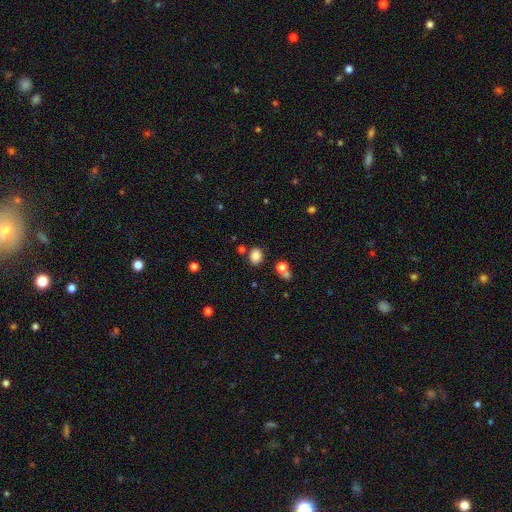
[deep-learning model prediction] This appears to be a smooth galaxy with no disk features (84%) that is in between round and cigar-shaped (54%). Merging: none (79%).